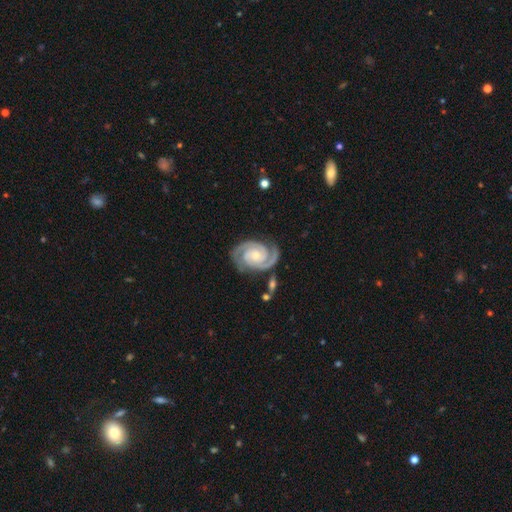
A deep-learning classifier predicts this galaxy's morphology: Smooth or featured? featured or disk (92%)
Edge-on disk? no (98%)
Bar? no (66%)
Spiral arms? yes (99%)
Spiral winding? tight (65%)
Spiral arm count? 2 (91%)
Bulge size? small (60%)
Merging? none (78%)